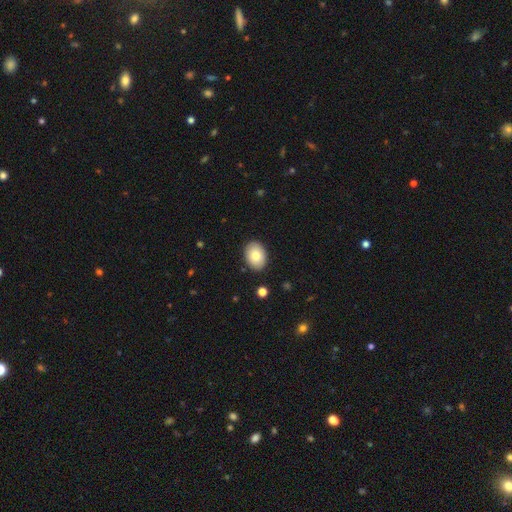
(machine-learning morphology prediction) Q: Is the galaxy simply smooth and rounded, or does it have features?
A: smooth — 83%.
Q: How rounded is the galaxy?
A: in between — 79%.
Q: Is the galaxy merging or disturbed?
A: none — 89%.